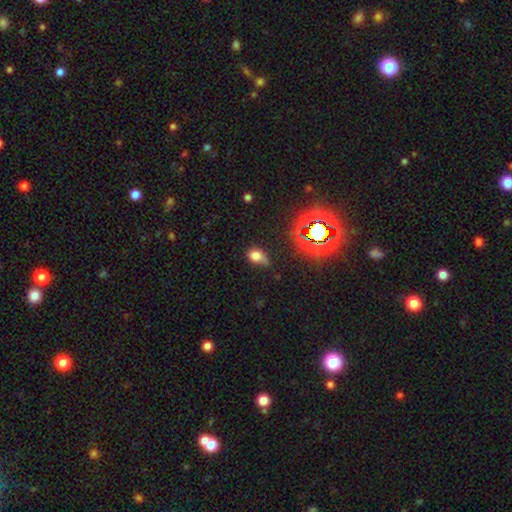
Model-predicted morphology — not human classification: A smooth galaxy with no disk features (70%) that is in between round and cigar-shaped (62%). Merging: none (42%).